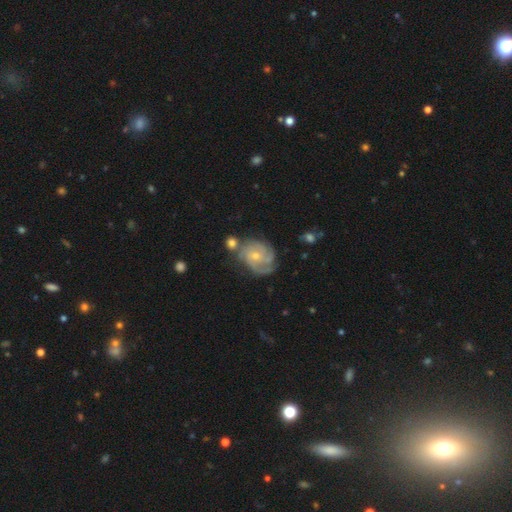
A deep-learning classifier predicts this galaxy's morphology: Overall: featured or disk (81%). Edge-on disk: no (98%). Bar: no (74%). Spiral arms: yes (95%). Spiral arm count: 3 (34%; can't tell 25%). Spiral winding: tight (59%; medium 32%). Bulge size: small (65%; moderate 31%). Merging: none (56%; minor disturbance 22%).